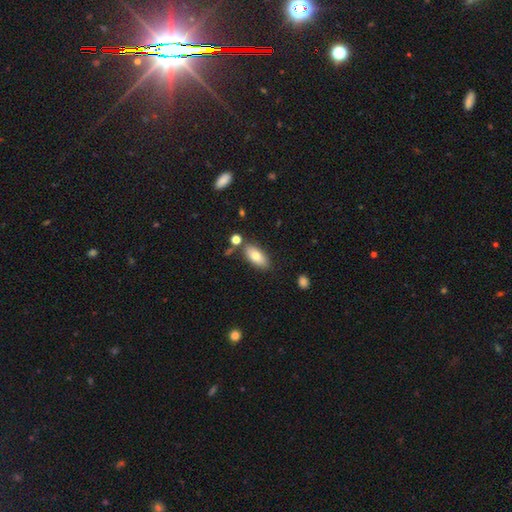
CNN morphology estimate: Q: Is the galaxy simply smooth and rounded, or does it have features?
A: smooth — 75%.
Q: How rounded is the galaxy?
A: in between — 86%.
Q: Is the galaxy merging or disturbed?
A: none — 76%.